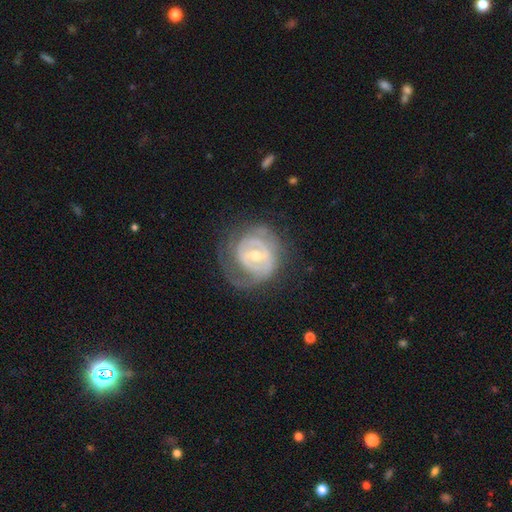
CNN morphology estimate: smooth-or-featured: featured or disk: 81% | smooth: 14% | star or artifact: 6%
  disk-edge-on: no: 97% | yes: 3%
    bar: weak: 47% | no: 28% | strong: 25%
    has-spiral-arms: yes: 78% | no: 22%
      spiral-winding: tight: 64% | medium: 26% | loose: 10%
      spiral-arm-count: can't tell: 40% | 2: 34% | 1: 10% | 3: 9% | 4: 4% | more than 4: 3%
    bulge-size: moderate: 55% | small: 41% | large: 3% | none: 1% | dominant: 1%
  merging: none: 62% | minor disturbance: 20% | major disturbance: 16% | merger: 2%